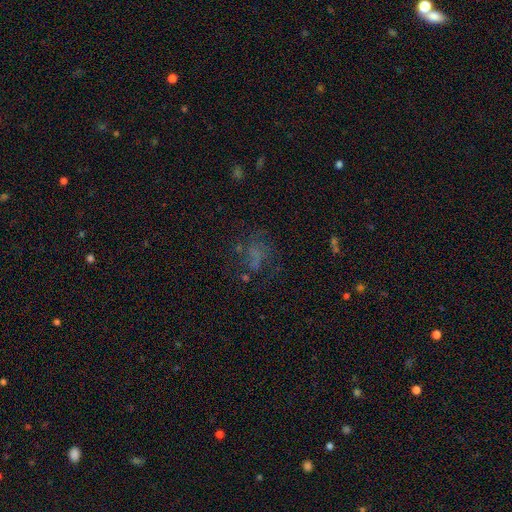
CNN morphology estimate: Smooth or featured? smooth (37%)
Merging? none (46%)